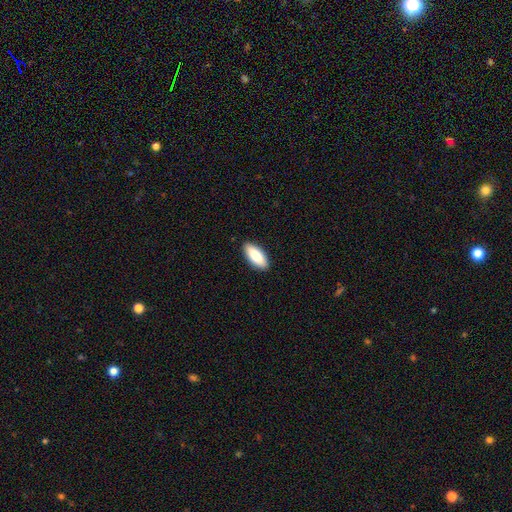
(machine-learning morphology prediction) Smooth or featured? Predicted: smooth (p=0.86). How rounded? Predicted: in between (p=0.84). Merging? Predicted: none (p=0.90).